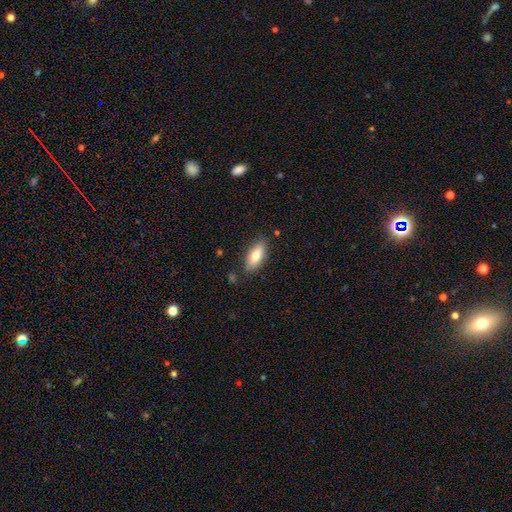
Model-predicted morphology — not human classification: Smooth or featured: smooth — 72% (featured or disk — 21%)
How rounded: in between — 79% (cigar-shaped — 18%)
Merging: none — 83% (minor disturbance — 12%)